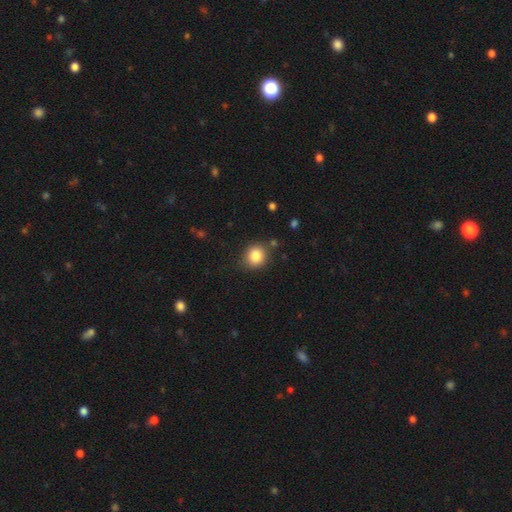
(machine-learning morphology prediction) The model was most divided on "how rounded": round: 76%, in between: 23%, cigar-shaped: 1%. More confident: smooth or featured — smooth (84%); merging — none (81%).